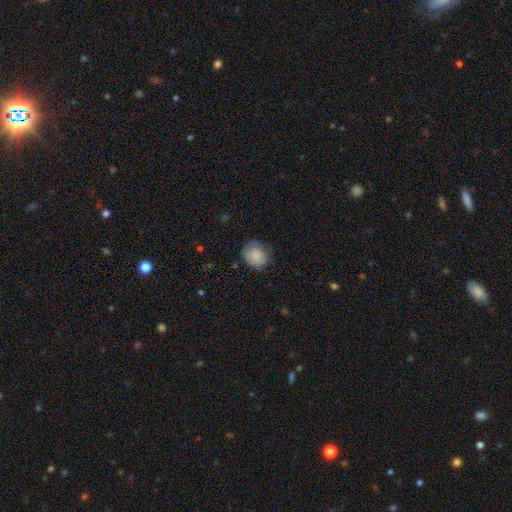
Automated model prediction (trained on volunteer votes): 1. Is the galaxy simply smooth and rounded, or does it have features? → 81% smooth, 12% featured or disk, 8% star or artifact.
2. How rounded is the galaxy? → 70% round, 29% in between, 1% cigar-shaped.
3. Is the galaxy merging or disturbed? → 63% none, 27% minor disturbance, 9% major disturbance, 1% merger.